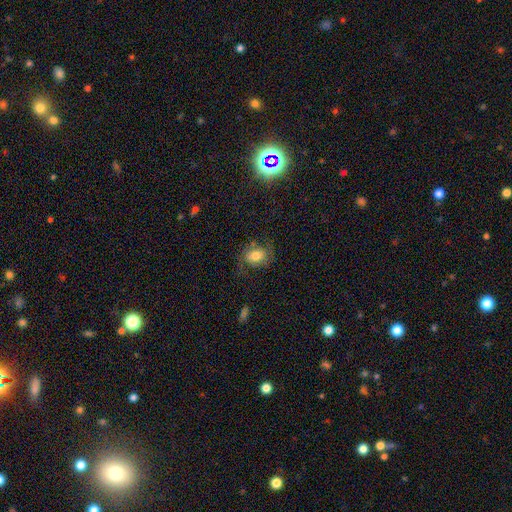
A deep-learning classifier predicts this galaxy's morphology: Q: Smooth or featured?
A: smooth (63%); runner-up: featured or disk (27%)
Q: How rounded?
A: in between (59%); runner-up: round (40%)
Q: Merging?
A: none (60%); runner-up: minor disturbance (22%)